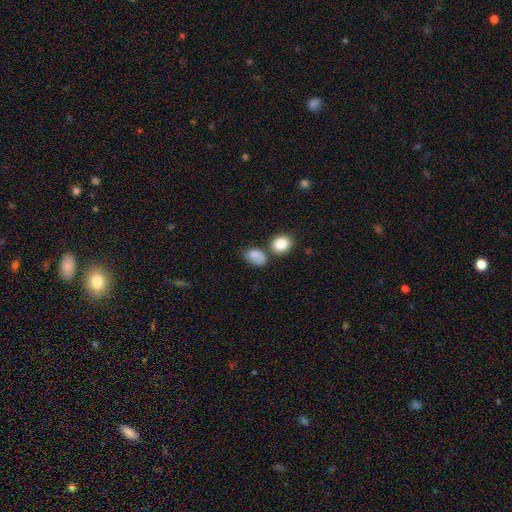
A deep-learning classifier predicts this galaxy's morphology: Smooth or featured? smooth (81%)
How rounded? in between (74%)
Merging? none (39%)